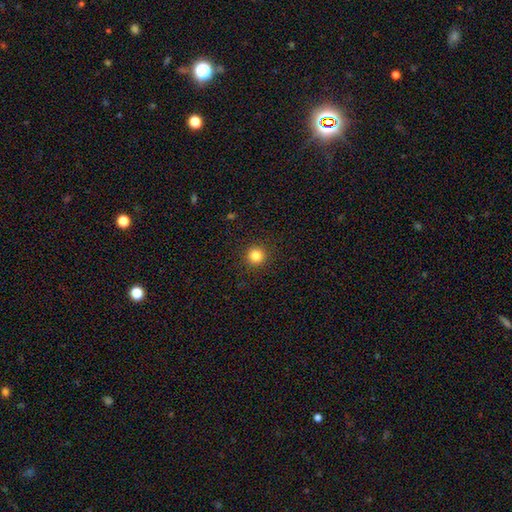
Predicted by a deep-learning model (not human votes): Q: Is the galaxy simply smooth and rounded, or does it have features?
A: smooth — 84%.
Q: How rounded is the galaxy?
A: round — 95%.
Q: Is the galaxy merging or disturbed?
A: none — 92%.